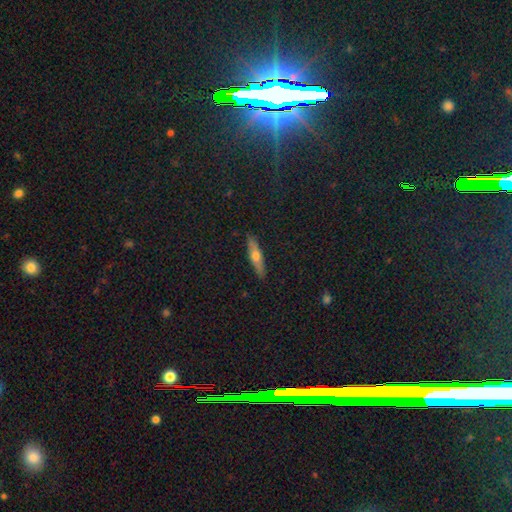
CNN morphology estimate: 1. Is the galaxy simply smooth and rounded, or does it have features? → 48% smooth, 45% featured or disk, 7% star or artifact.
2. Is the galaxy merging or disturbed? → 90% none, 8% minor disturbance, 2% major disturbance, 1% merger.